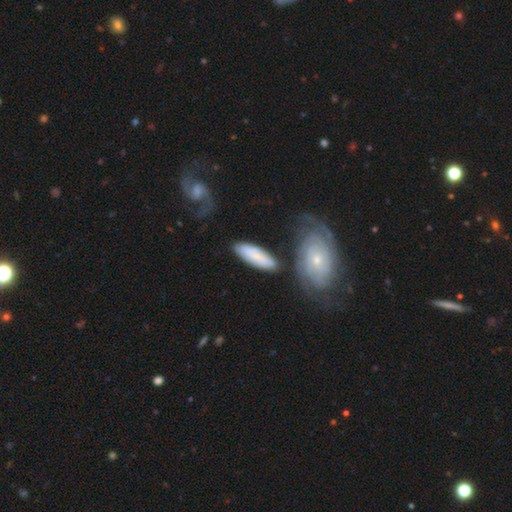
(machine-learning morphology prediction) The model was most divided on "how rounded": in between: 51%, cigar-shaped: 46%, round: 2%. More confident: merging — none (69%); smooth or featured — smooth (65%).